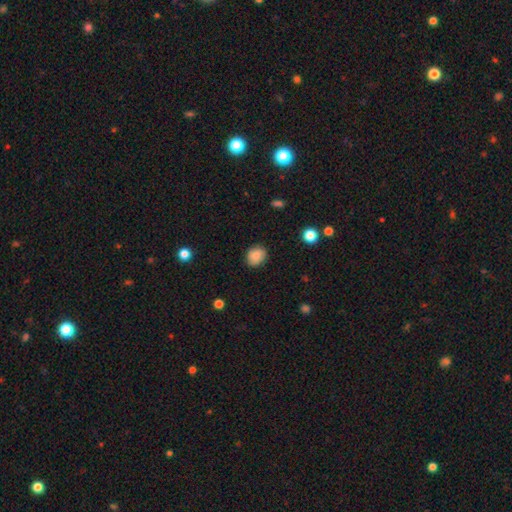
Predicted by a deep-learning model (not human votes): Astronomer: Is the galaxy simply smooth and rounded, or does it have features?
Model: smooth — 88%.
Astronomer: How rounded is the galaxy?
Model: round — 60% (runner-up: in between, 40%).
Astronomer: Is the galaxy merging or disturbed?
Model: none — 86%.